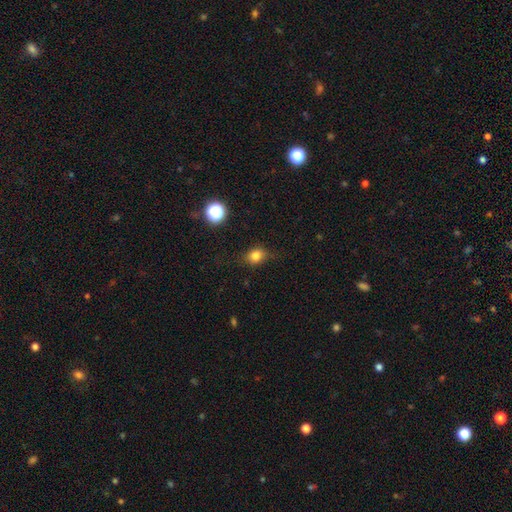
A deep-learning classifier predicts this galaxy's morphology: Smooth or featured?
  - smooth: 79% *
  - star or artifact: 13%
  - featured or disk: 8%
How rounded?
  - round: 57% *
  - in between: 41%
  - cigar-shaped: 2%
Merging?
  - none: 71% *
  - minor disturbance: 20%
  - major disturbance: 7%
  - merger: 1%